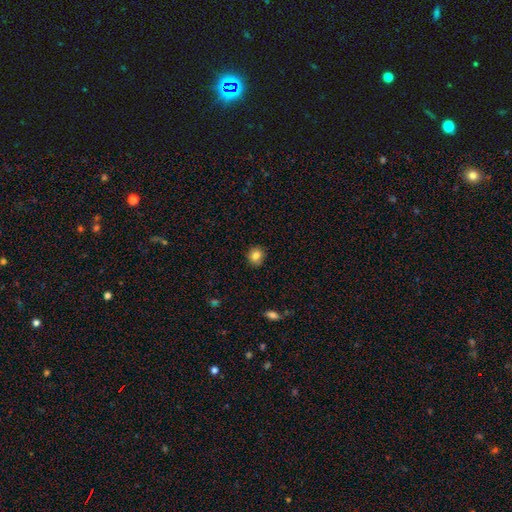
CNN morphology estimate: smooth_or_featured: smooth (p=0.83) [alt: star or artifact p=0.10]
how_rounded: round (p=0.82) [alt: in between p=0.17]
merging: none (p=0.88) [alt: minor disturbance p=0.09]